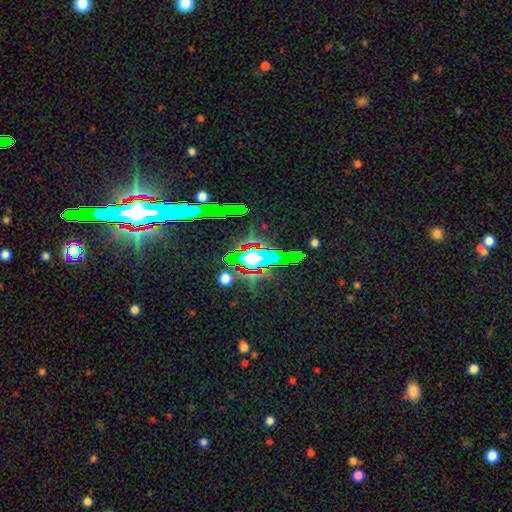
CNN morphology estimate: smooth-or-featured: star or artifact: 62% | smooth: 21% | featured or disk: 17%